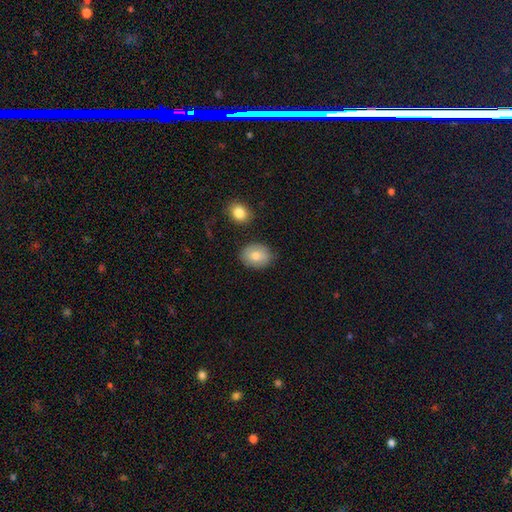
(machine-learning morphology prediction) A smooth galaxy with no disk features (76%) that is in between round and cigar-shaped (54%).

Vote fractions:
- Smooth or featured? smooth: 76% / featured or disk: 16% / star or artifact: 8%
- How rounded? in between: 54% / round: 45% / cigar-shaped: 1%
- Merging? none: 81% / minor disturbance: 13% / merger: 3% / major disturbance: 3%